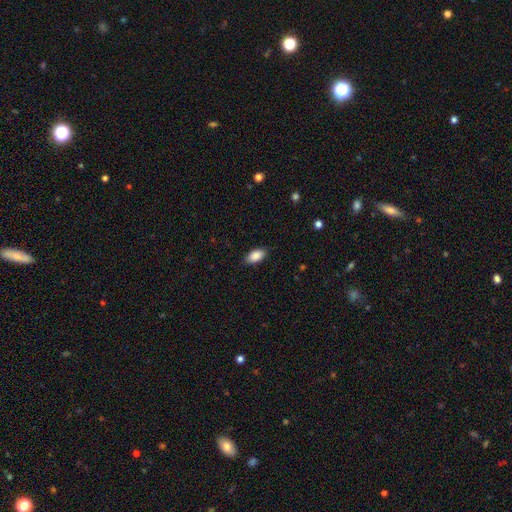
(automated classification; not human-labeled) This appears to be a smooth galaxy with no disk features (89%) that is in between round and cigar-shaped (93%). Merging: none (86%).